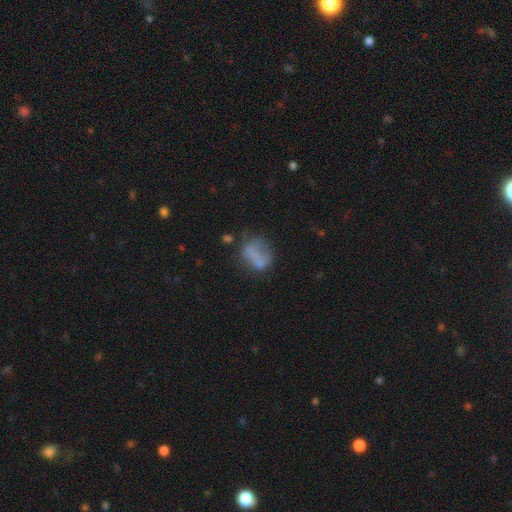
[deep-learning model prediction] Morphology: type=smooth (60%); roundness=in between (55%); merging=none (39%).